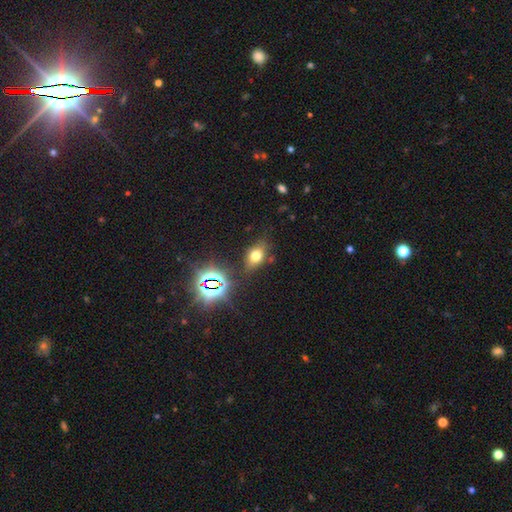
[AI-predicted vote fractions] smooth 60%, star or artifact 25%, featured or disk 16%. Down the decision tree: how rounded — in between (74%); merging — none (78%).